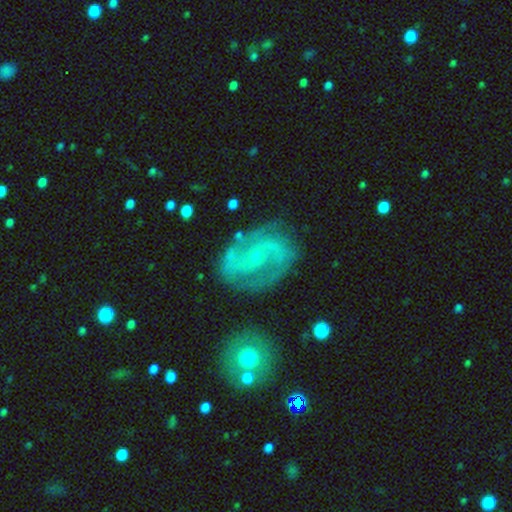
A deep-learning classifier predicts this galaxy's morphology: This appears to be a featured or disk galaxy (83%) with a weak bar (44%), 2 (82%) medium (50%) spiral arms (94%) and a small central bulge (81%). Merging: none (77%).